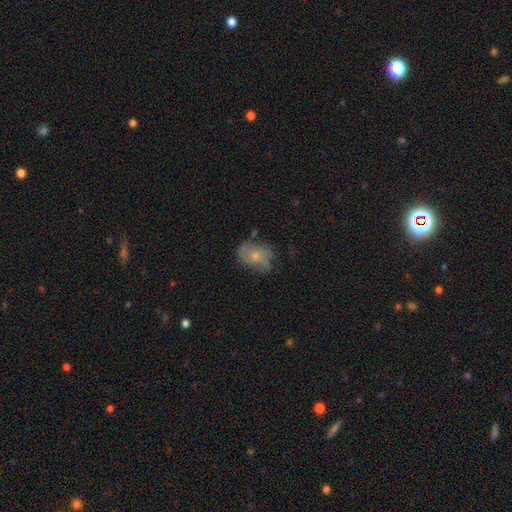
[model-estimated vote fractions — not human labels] Smooth or featured: smooth — 48% (featured or disk — 43%)
Merging: none — 60% (minor disturbance — 28%)